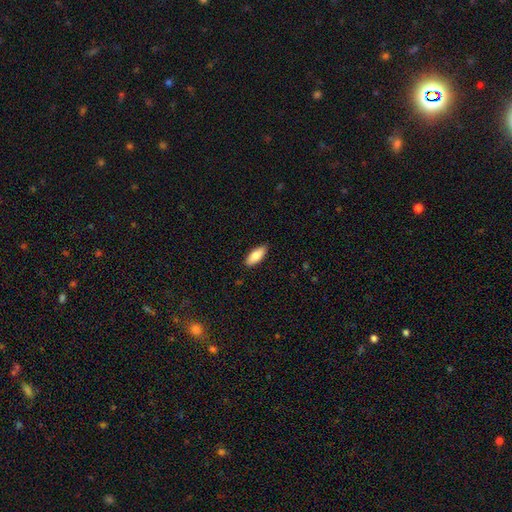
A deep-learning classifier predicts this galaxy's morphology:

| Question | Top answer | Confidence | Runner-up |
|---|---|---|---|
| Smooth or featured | smooth | 85% | featured or disk (9%) |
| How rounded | in between | 80% | cigar-shaped (18%) |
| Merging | none | 88% | minor disturbance (9%) |